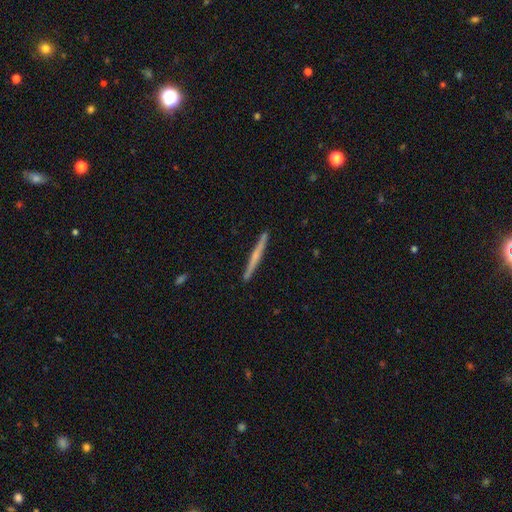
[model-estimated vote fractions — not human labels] Smooth or featured?
  - featured or disk: 58% *
  - smooth: 37%
  - star or artifact: 5%
Edge-on disk?
  - yes: 98% *
  - no: 2%
Edge-on bulge?
  - none: 53% *
  - rounded: 39%
  - boxy: 8%
Merging?
  - none: 91% *
  - minor disturbance: 6%
  - merger: 1%
  - major disturbance: 1%